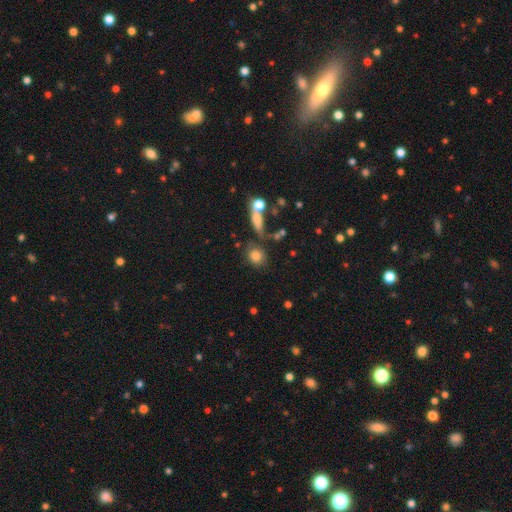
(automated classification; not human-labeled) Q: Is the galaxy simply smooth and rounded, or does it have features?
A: smooth — 80%.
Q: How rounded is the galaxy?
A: round — 73%.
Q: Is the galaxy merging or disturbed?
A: none — 66%.